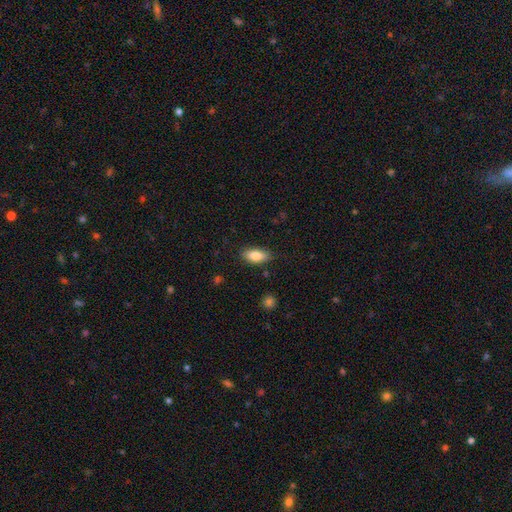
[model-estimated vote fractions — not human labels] Smooth or featured? Predicted: smooth (p=0.81). How rounded? Predicted: in between (p=0.86). Merging? Predicted: none (p=0.83).